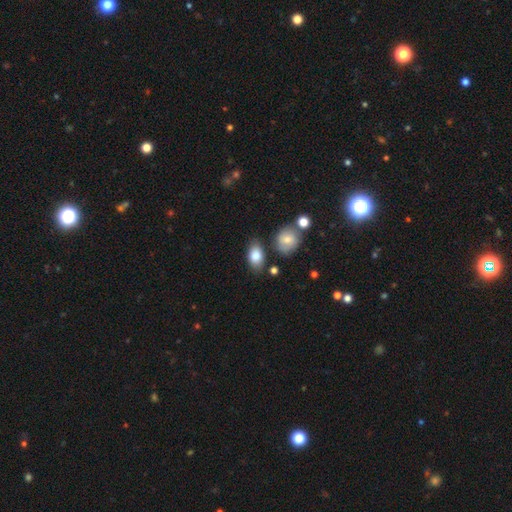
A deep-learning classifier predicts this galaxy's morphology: A smooth galaxy with no disk features (83%) that is in between round and cigar-shaped (89%).

Vote fractions:
- Smooth or featured? smooth: 83% / featured or disk: 10% / star or artifact: 7%
- How rounded? in between: 89% / round: 9% / cigar-shaped: 2%
- Merging? none: 73% / minor disturbance: 16% / merger: 7% / major disturbance: 4%